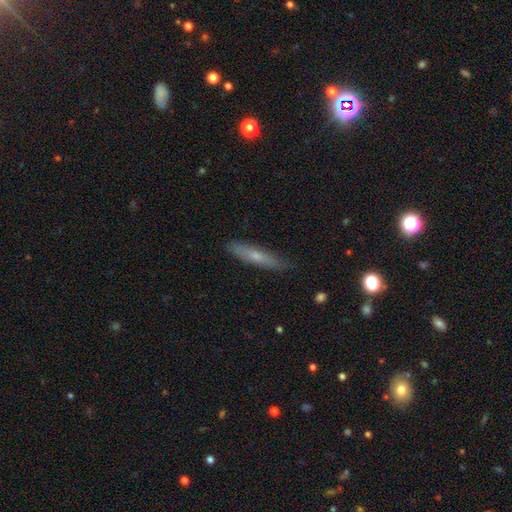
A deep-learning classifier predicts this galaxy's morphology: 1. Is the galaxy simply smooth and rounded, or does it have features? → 54% smooth, 39% featured or disk, 7% star or artifact.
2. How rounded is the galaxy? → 86% cigar-shaped, 12% in between, 2% round.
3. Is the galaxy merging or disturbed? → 83% none, 13% minor disturbance, 2% major disturbance, 1% merger.